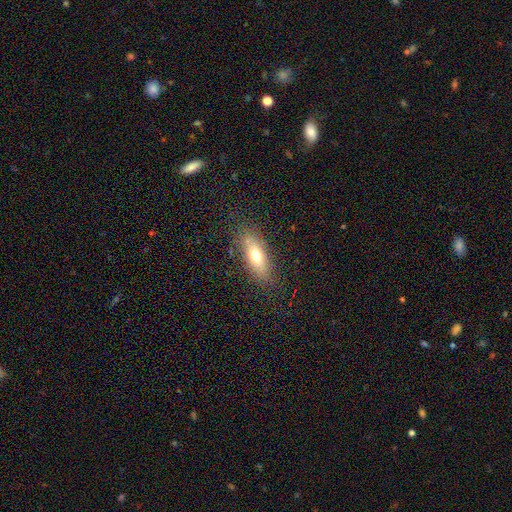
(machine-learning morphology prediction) Smooth or featured: smooth — 66% (featured or disk — 25%)
How rounded: in between — 67% (cigar-shaped — 29%)
Merging: none — 82% (minor disturbance — 12%)